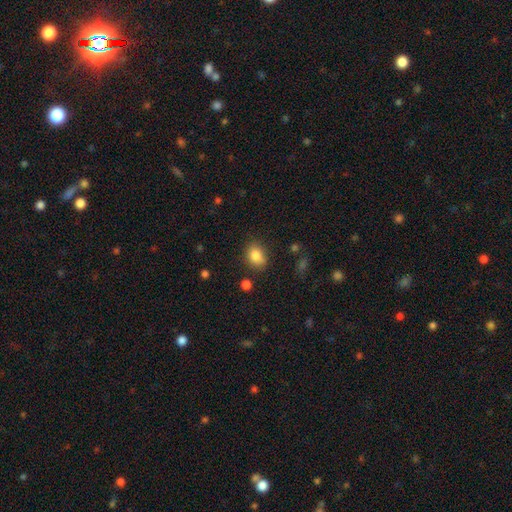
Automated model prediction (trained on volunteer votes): Smooth or featured? Predicted: smooth (p=0.84). How rounded? Predicted: in between (p=0.56). Merging? Predicted: none (p=0.77).